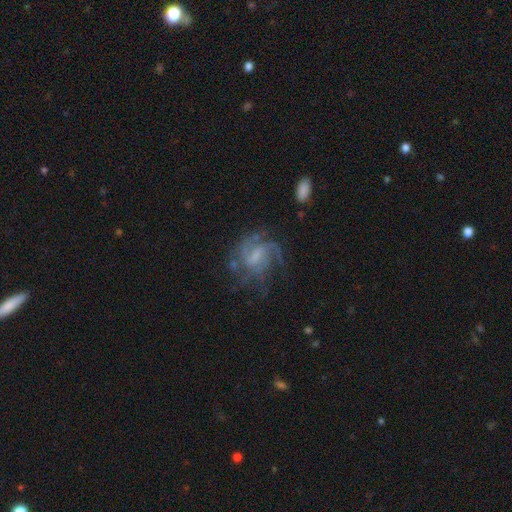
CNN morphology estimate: Smooth or featured? featured or disk (75%)
Edge-on disk? no (97%)
Bar? weak (54%)
Spiral arms? yes (84%)
Spiral winding? medium (43%)
Spiral arm count? can't tell (38%)
Bulge size? small (40%)
Merging? none (50%)